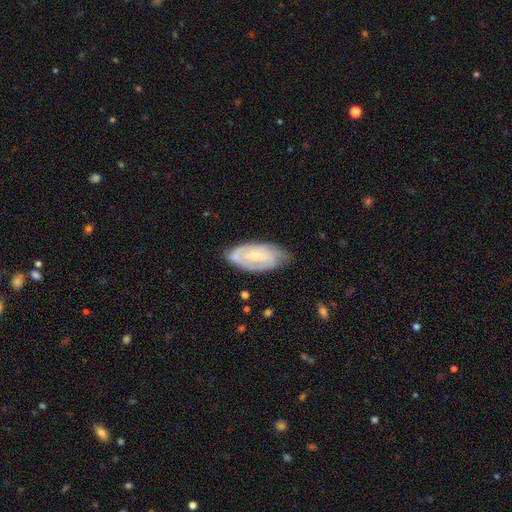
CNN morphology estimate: This appears to be a featured or disk galaxy (64%) with no bar (57%), spiral arms (79%) and a small central bulge (67%). Merging: none (62%).